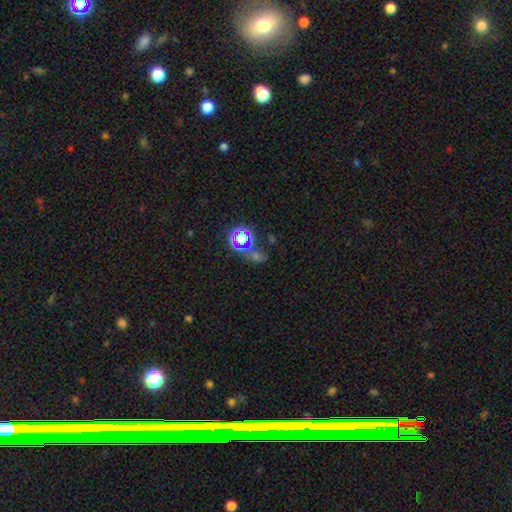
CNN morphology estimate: type=star or artifact (63%).